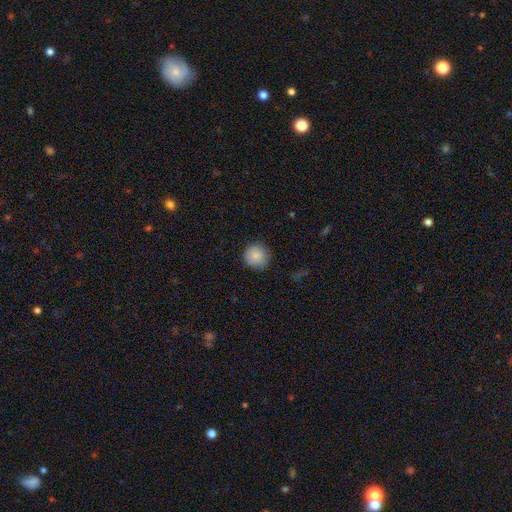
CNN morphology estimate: Smooth or featured? Predicted: smooth (p=0.88). How rounded? Predicted: round (p=0.93). Merging? Predicted: none (p=0.88).